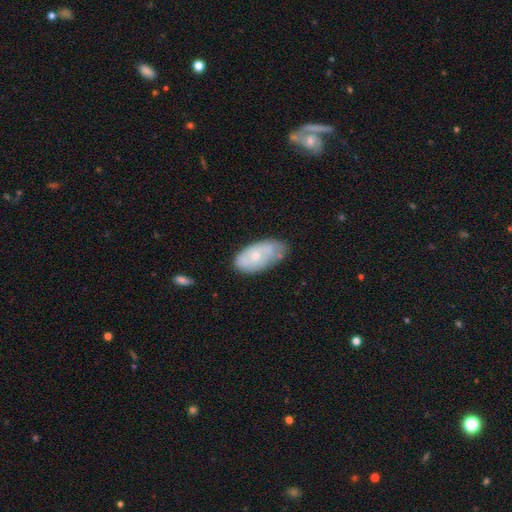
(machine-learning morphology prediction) This appears to be a smooth galaxy with no disk features (50%). Merging: none (55%).